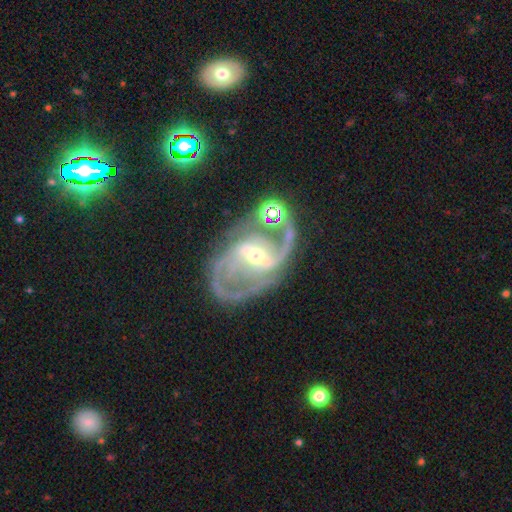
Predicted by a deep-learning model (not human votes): A featured or disk galaxy (91%) with a strong bar (51%), 2 (82%) medium (55%) spiral arms (97%) and a small central bulge (51%).

Vote fractions:
- Smooth or featured? featured or disk: 91% / star or artifact: 6% / smooth: 4%
- Edge-on disk? no: 97% / yes: 3%
- Bar? strong: 51% / weak: 36% / no: 13%
- Spiral arms? yes: 97% / no: 3%
- Spiral winding? medium: 55% / loose: 23% / tight: 22%
- Spiral arm count? 2: 82% / 3: 7% / can't tell: 5% / 1: 3% / 4: 2% / more than 4: 2%
- Bulge size? small: 51% / moderate: 44% / large: 2% / none: 1% / dominant: 1%
- Merging? none: 60% / minor disturbance: 18% / major disturbance: 13% / merger: 9%